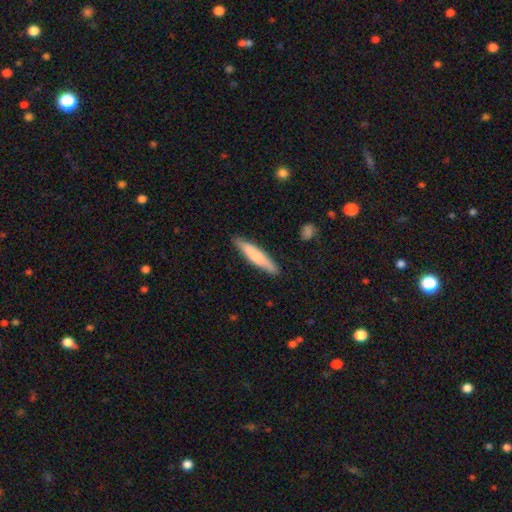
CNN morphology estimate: The model was most divided on "smooth or featured": smooth: 73%, featured or disk: 22%, star or artifact: 5%. More confident: how rounded — cigar-shaped (89%); merging — none (87%).